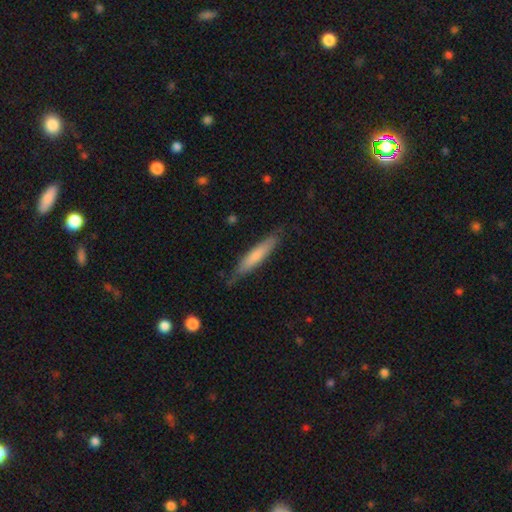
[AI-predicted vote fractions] Overall: smooth (68%). How rounded: cigar-shaped (88%). Merging: none (77%).